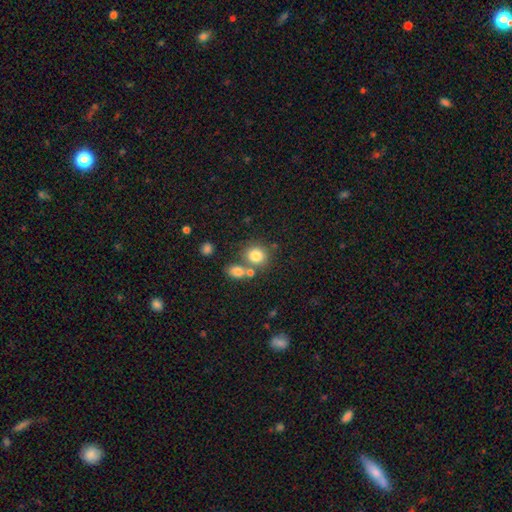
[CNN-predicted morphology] A smooth galaxy with no disk features (80%) that is round (79%).

Vote fractions:
- Smooth or featured? smooth: 80% / star or artifact: 11% / featured or disk: 9%
- How rounded? round: 79% / in between: 20% / cigar-shaped: 1%
- Merging? none: 60% / merger: 25% / minor disturbance: 10% / major disturbance: 4%